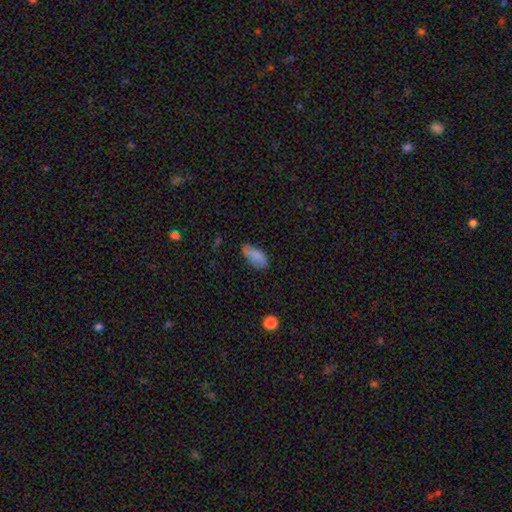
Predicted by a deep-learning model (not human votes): Smooth or featured? Predicted: smooth (p=0.81). How rounded? Predicted: in between (p=0.85). Merging? Predicted: none (p=0.61).